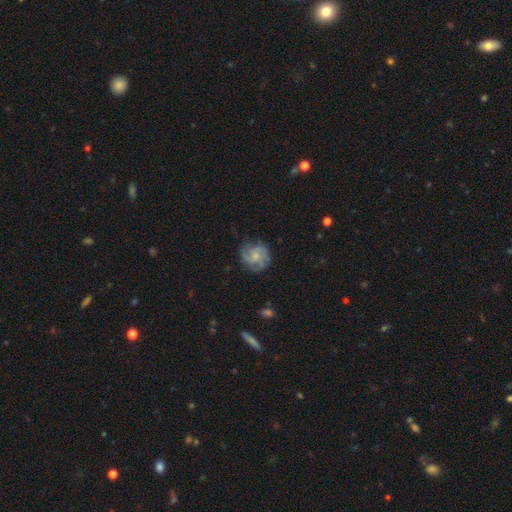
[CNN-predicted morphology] Q: Smooth or featured?
A: featured or disk (76%); runner-up: smooth (18%)
Q: Edge-on disk?
A: no (98%); runner-up: yes (2%)
Q: Bar?
A: no (65%); runner-up: weak (31%)
Q: Spiral arms?
A: yes (94%); runner-up: no (6%)
Q: Spiral winding?
A: medium (43%); tied with: tight (43%)
Q: Spiral arm count?
A: 2 (35%); runner-up: 3 (30%)
Q: Bulge size?
A: small (57%); runner-up: moderate (28%)
Q: Merging?
A: none (72%); runner-up: minor disturbance (19%)